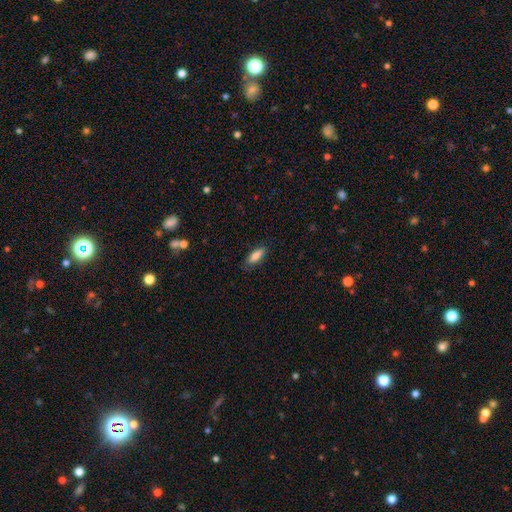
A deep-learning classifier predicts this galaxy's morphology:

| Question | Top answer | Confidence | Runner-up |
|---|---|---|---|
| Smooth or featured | smooth | 84% | featured or disk (10%) |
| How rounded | in between | 64% | cigar-shaped (34%) |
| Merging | none | 81% | minor disturbance (14%) |